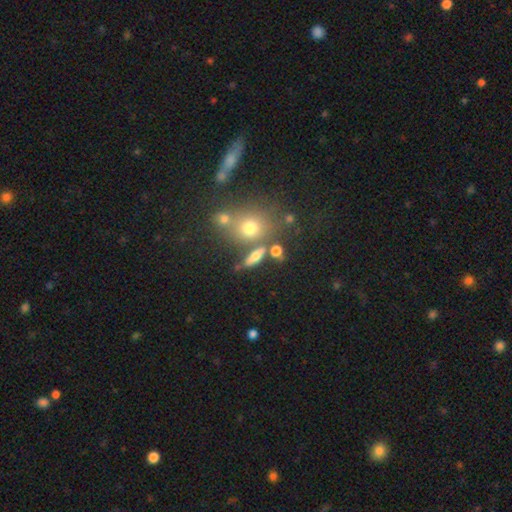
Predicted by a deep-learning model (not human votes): A smooth galaxy with no disk features (60%) that is in between round and cigar-shaped (43%). Merging: none (64%).